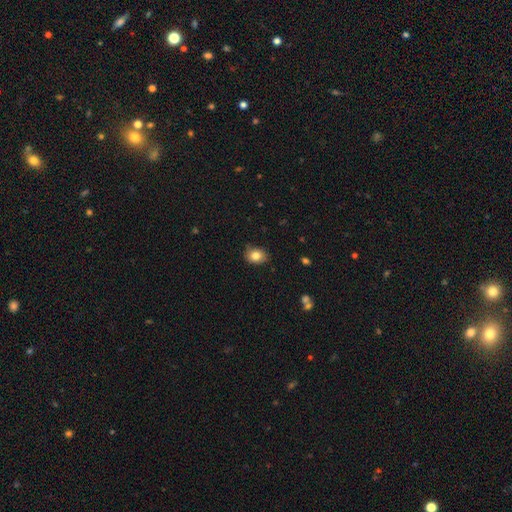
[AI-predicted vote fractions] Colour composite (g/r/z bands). It shows a smooth galaxy with no disk features (82%) that is in between round and cigar-shaped (54%). Merging: none (82%).